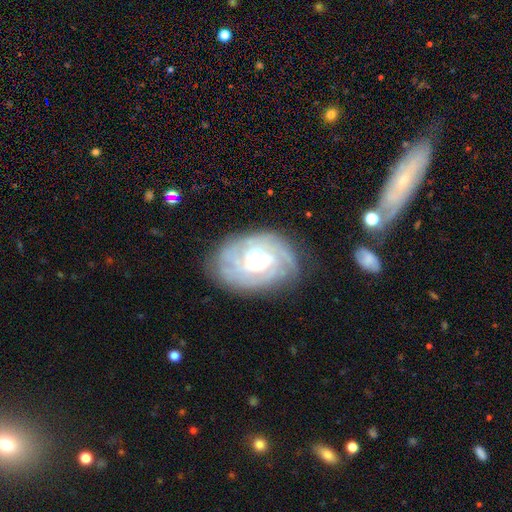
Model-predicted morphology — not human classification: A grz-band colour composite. It shows a featured or disk galaxy (73%) with no bar (60%), tight (57%) spiral arms (79%) and a moderate central bulge (44%). Merging: none (67%).